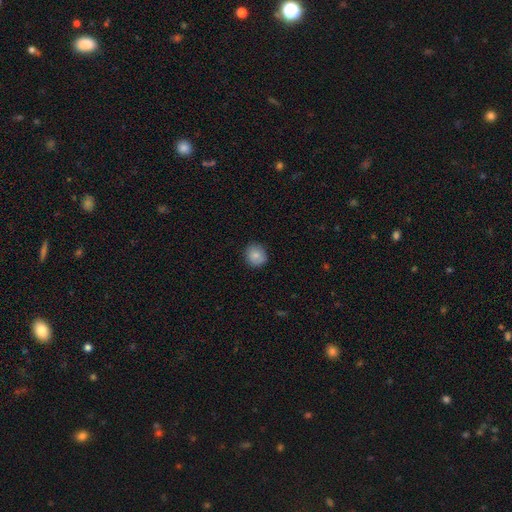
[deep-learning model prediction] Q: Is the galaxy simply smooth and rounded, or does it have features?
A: smooth — 84%.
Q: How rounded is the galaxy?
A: round — 87%.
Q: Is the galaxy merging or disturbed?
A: none — 87%.